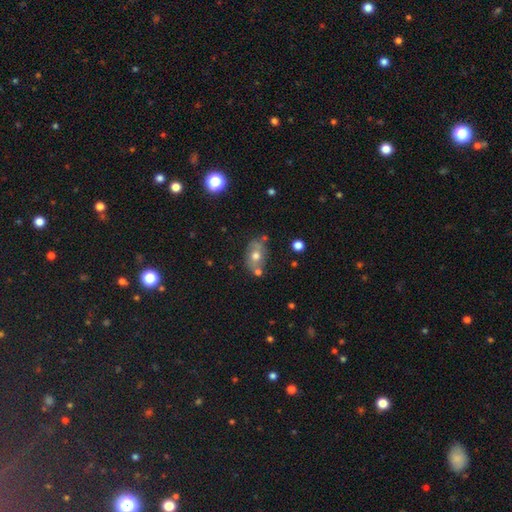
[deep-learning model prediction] smooth 56%, featured or disk 33%, star or artifact 11%. Down the decision tree: how rounded — in between (74%); merging — none (59%).